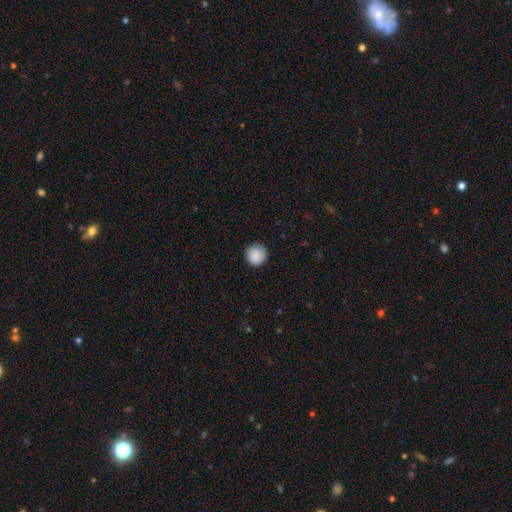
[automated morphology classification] Smooth or featured? Predicted: smooth (p=0.85). How rounded? Predicted: round (p=0.94). Merging? Predicted: none (p=0.88).